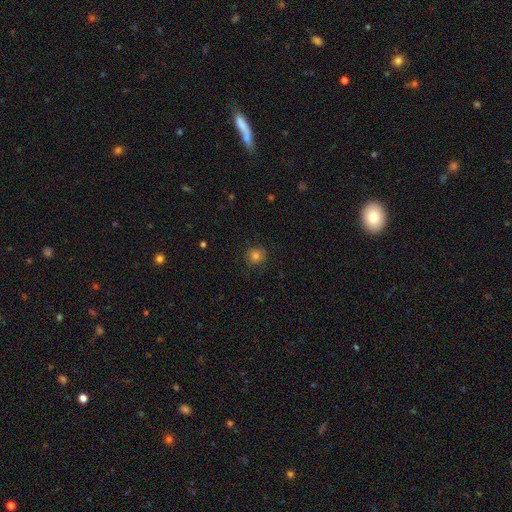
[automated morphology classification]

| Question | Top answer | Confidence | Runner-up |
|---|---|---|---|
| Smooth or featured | smooth | 79% | star or artifact (12%) |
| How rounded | round | 90% | in between (9%) |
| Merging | none | 84% | minor disturbance (12%) |